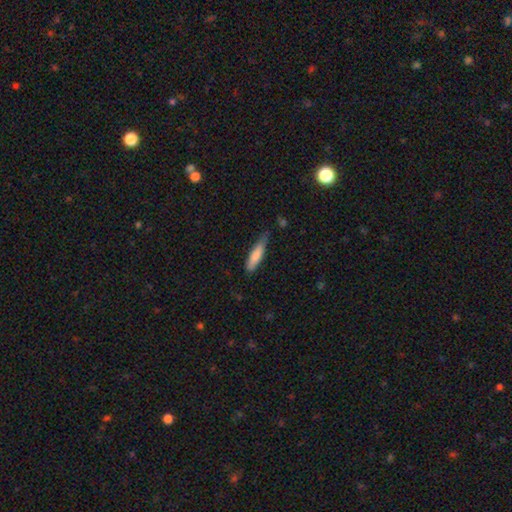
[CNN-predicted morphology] Smooth or featured: smooth — 80% (featured or disk — 14%)
How rounded: cigar-shaped — 75% (in between — 24%)
Merging: none — 56% (minor disturbance — 34%)